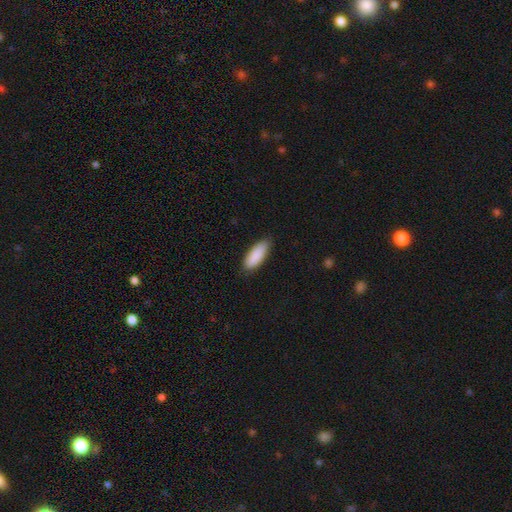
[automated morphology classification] Smooth or featured? Predicted: smooth (p=0.90). How rounded? Predicted: in between (p=0.74). Merging? Predicted: none (p=0.83).